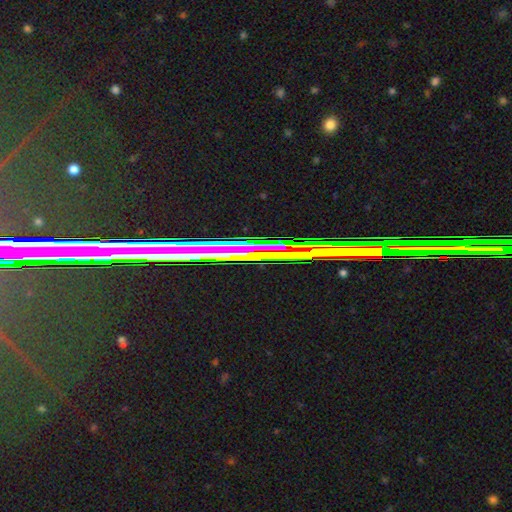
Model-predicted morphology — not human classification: Smooth or featured? star or artifact (78%)